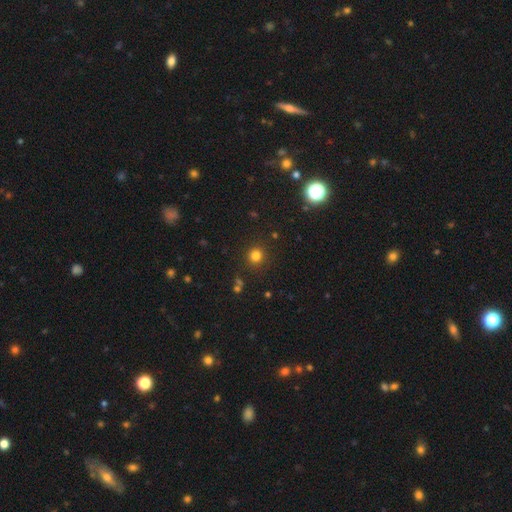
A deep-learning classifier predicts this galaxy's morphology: The model was most divided on "smooth or featured": smooth: 79%, star or artifact: 16%, featured or disk: 5%. More confident: how rounded — round (93%); merging — none (89%).